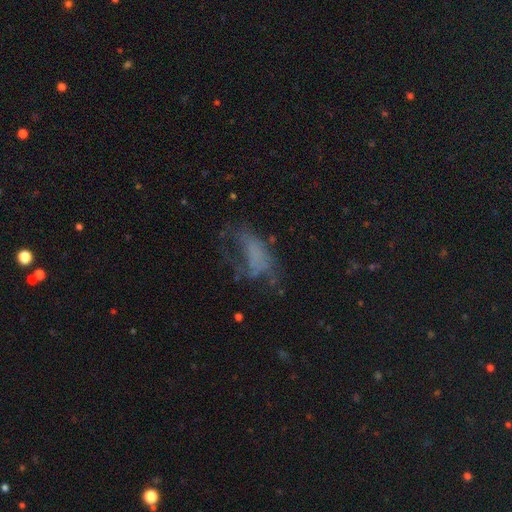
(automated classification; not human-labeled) The model was most divided on "smooth or featured": featured or disk: 45%, smooth: 34%, star or artifact: 21%. Remaining: merging — major disturbance (47%).